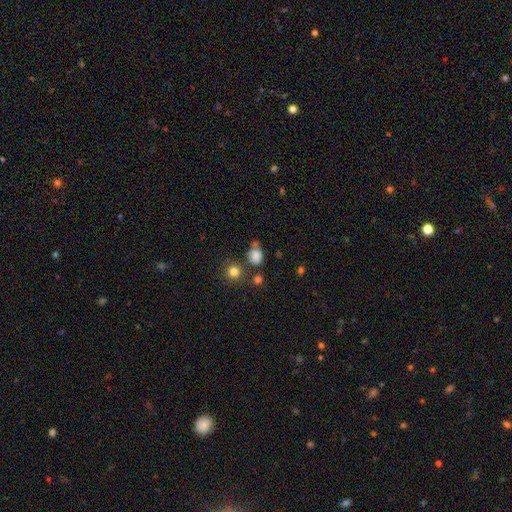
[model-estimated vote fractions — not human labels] Smooth or featured? Predicted: smooth (p=0.80). How rounded? Predicted: round (p=0.58). Merging? Predicted: none (p=0.54).